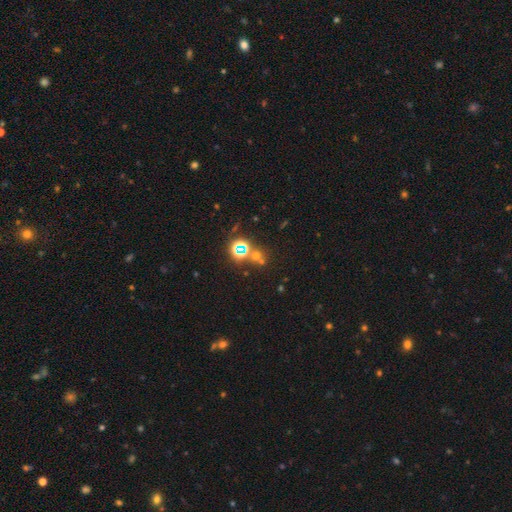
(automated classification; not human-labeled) Smooth or featured? star or artifact (63%)